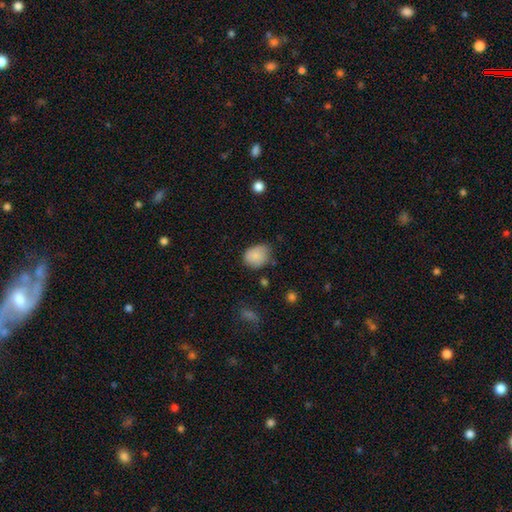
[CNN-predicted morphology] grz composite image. It shows a smooth galaxy with no disk features (82%) that is in between round and cigar-shaped (51%). Merging: none (58%).